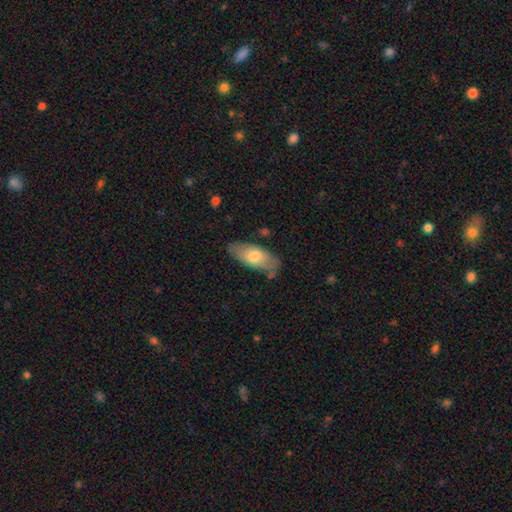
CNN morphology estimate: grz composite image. It shows a smooth galaxy with no disk features (70%) that is in between round and cigar-shaped (86%). Merging: none (71%).